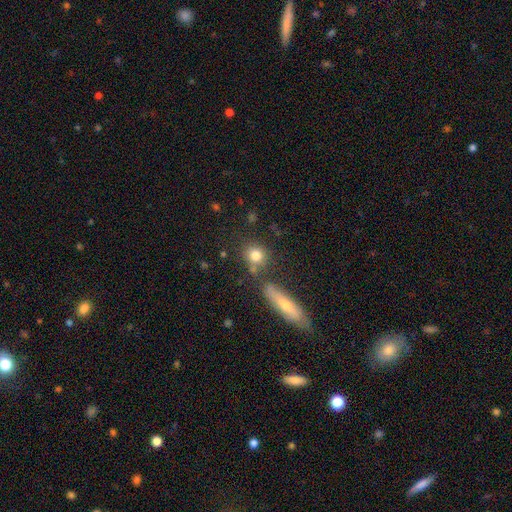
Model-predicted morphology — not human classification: Smooth or featured: smooth — 80% (featured or disk — 11%)
How rounded: round — 77% (in between — 18%)
Merging: none — 71% (merger — 14%)